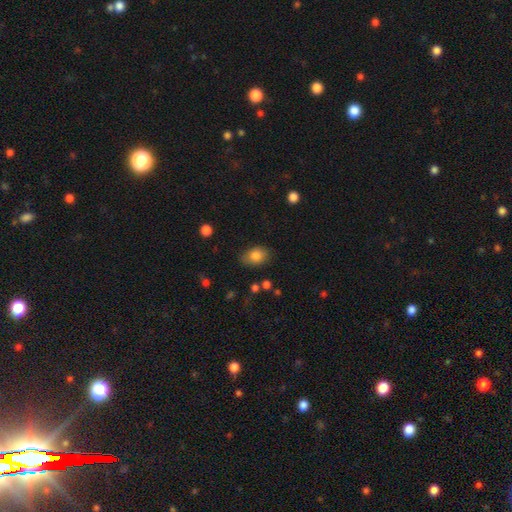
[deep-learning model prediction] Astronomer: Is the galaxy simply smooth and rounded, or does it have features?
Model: smooth — 82%.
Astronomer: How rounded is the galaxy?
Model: in between — 76%.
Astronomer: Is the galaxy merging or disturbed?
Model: none — 76%.